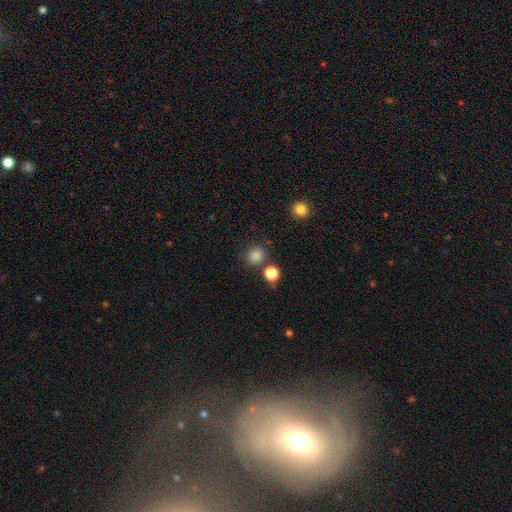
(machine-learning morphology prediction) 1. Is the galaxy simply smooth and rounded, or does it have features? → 83% smooth, 12% star or artifact, 4% featured or disk.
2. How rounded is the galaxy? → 84% round, 15% in between, 1% cigar-shaped.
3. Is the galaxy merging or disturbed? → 76% none, 10% merger, 10% minor disturbance, 4% major disturbance.